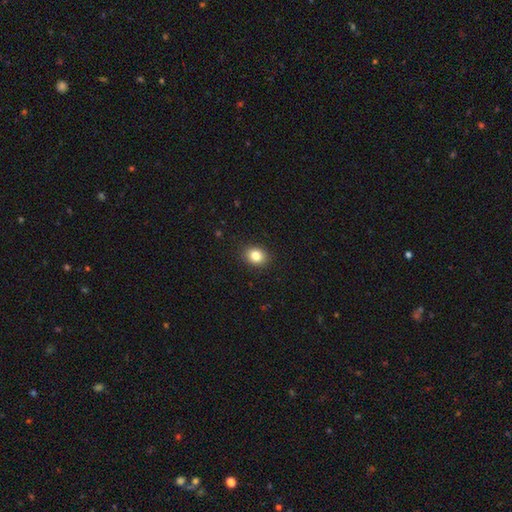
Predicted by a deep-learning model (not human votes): Morphology: type=smooth (83%); roundness=round (56%); merging=none (90%).